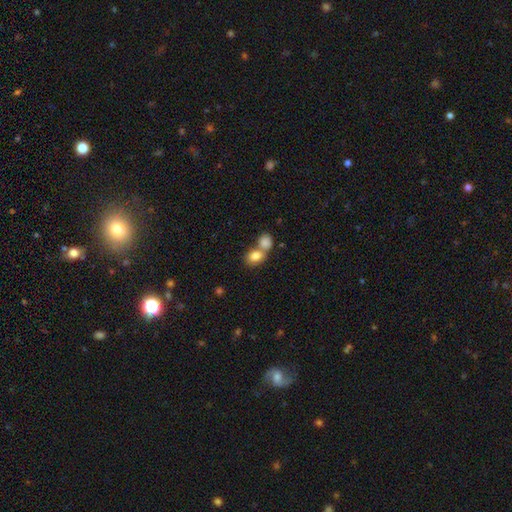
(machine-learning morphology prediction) A smooth galaxy with no disk features (83%) that is in between round and cigar-shaped (59%). Merging: merger (55%).